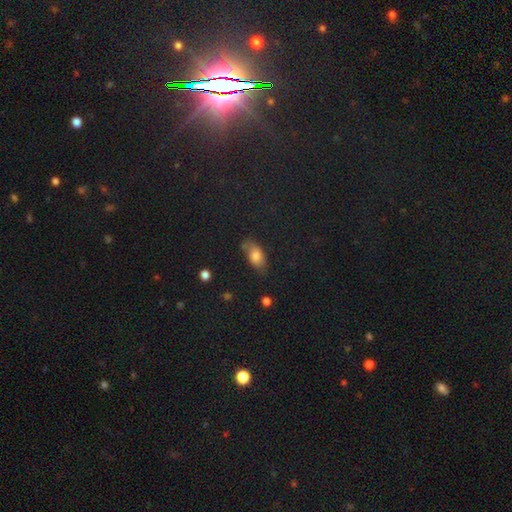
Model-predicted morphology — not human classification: type=smooth (71%); roundness=in between (88%); merging=none (58%).